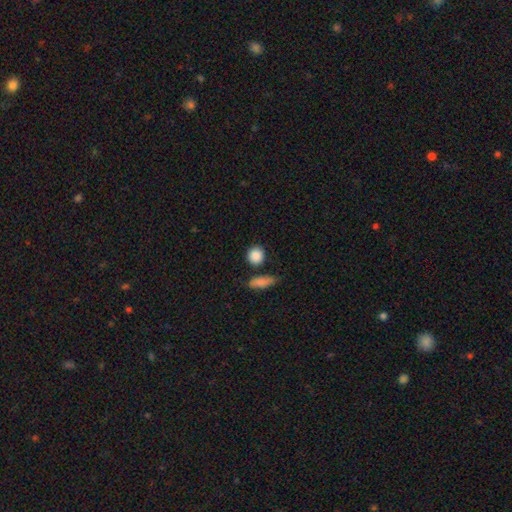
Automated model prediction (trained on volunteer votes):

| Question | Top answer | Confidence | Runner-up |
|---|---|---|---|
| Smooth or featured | smooth | 88% | star or artifact (8%) |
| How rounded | round | 83% | in between (15%) |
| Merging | none | 78% | minor disturbance (11%) |